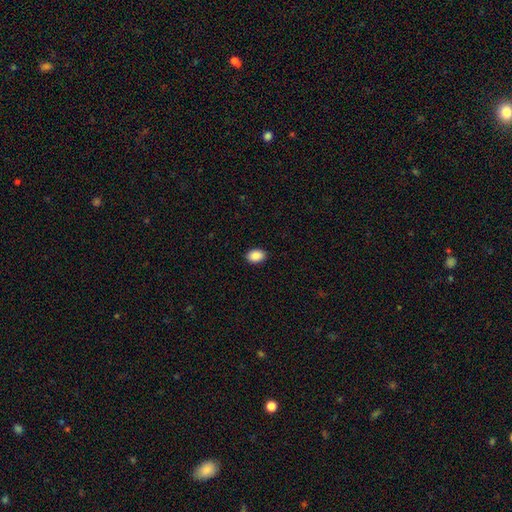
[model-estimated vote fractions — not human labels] Morphology: type=smooth (90%); roundness=in between (81%); merging=none (90%).